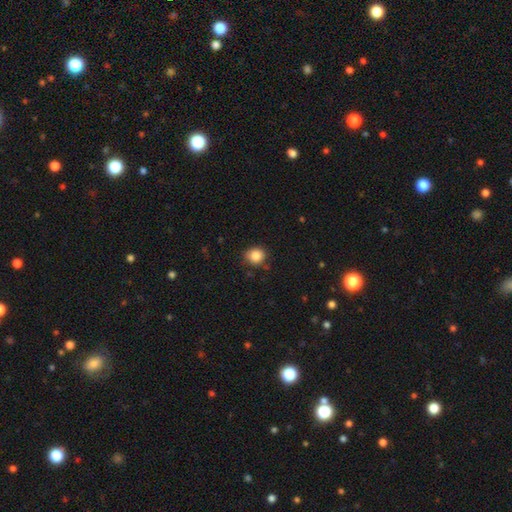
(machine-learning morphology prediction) type=smooth (86%); roundness=round (75%); merging=none (79%).